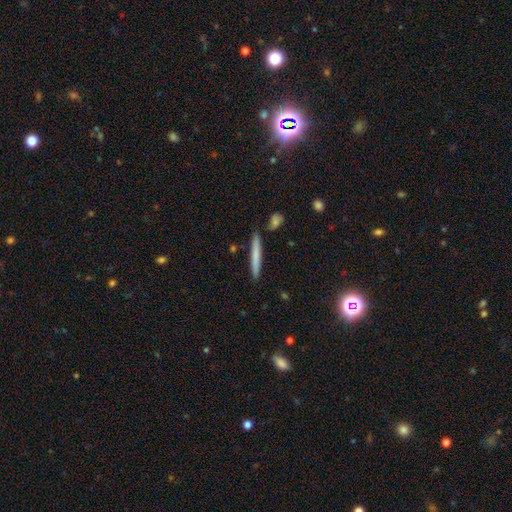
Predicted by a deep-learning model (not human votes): Overall: smooth (70%). How rounded: cigar-shaped (96%). Merging: none (87%).